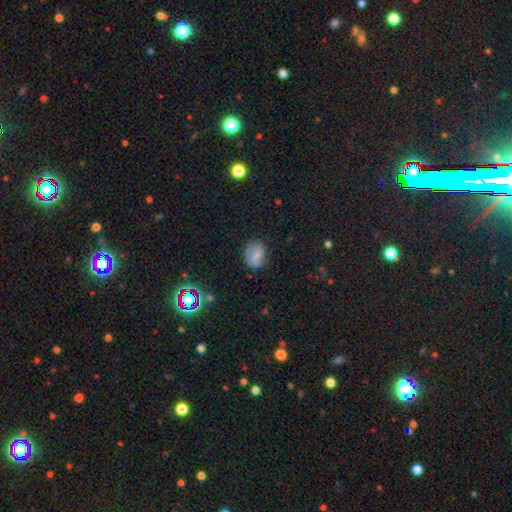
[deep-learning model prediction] Smooth or featured?
  - smooth: 67% *
  - featured or disk: 19%
  - star or artifact: 14%
How rounded?
  - in between: 57% *
  - round: 42%
  - cigar-shaped: 2%
Merging?
  - none: 61% *
  - minor disturbance: 26%
  - major disturbance: 11%
  - merger: 2%